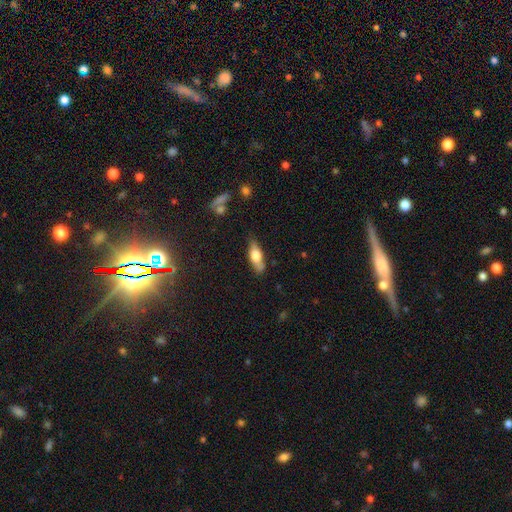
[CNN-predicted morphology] A smooth galaxy with no disk features (62%) that is in between round and cigar-shaped (65%). Merging: none (71%).